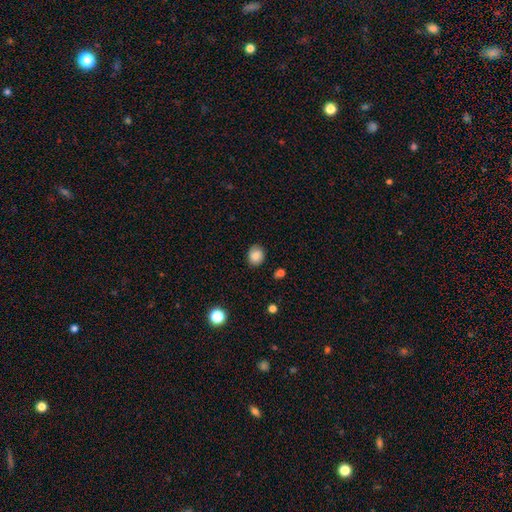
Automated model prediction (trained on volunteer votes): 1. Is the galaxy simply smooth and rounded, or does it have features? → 84% smooth, 9% star or artifact, 7% featured or disk.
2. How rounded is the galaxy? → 63% round, 36% in between, 1% cigar-shaped.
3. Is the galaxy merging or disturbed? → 82% none, 14% minor disturbance, 3% major disturbance, 1% merger.